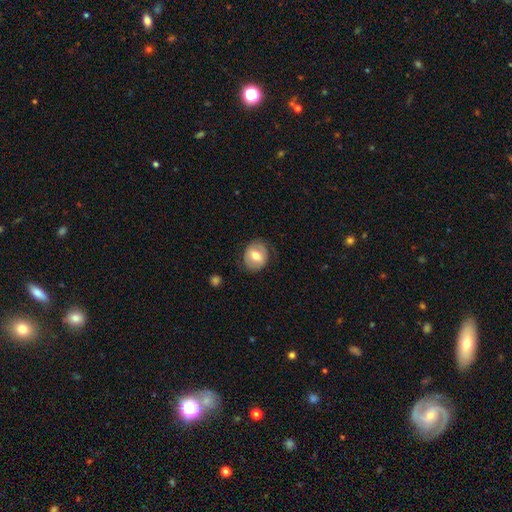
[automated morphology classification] Q: Smooth or featured?
A: smooth (62%); runner-up: featured or disk (31%)
Q: How rounded?
A: round (66%); runner-up: in between (33%)
Q: Merging?
A: none (77%); runner-up: minor disturbance (16%)